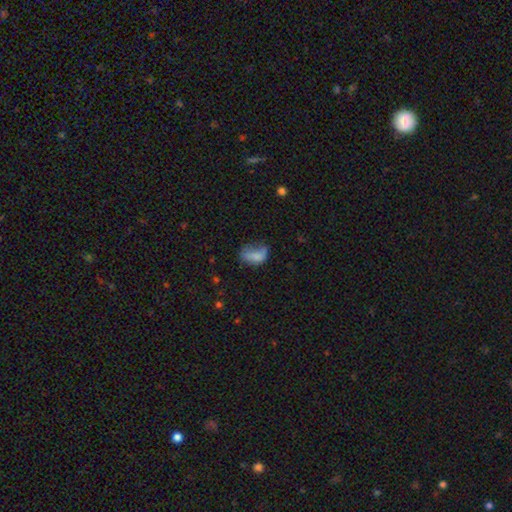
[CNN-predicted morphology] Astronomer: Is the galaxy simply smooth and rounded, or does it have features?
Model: smooth — 72%.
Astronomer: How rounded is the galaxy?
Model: in between — 87%.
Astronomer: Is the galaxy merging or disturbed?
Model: major disturbance — 33% (runner-up: minor disturbance, 32%).